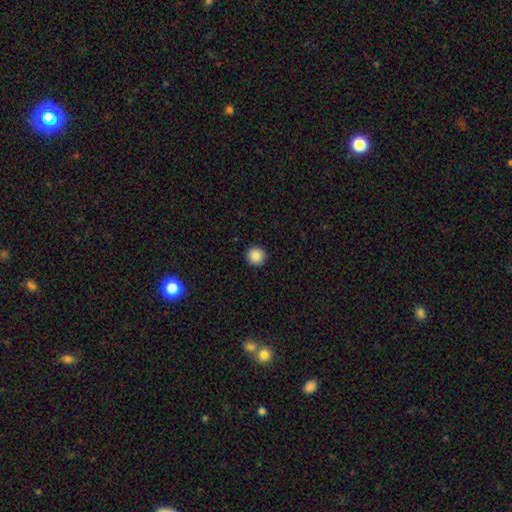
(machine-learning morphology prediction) The model was most divided on "smooth or featured": smooth: 88%, star or artifact: 9%, featured or disk: 3%. More confident: how rounded — round (95%); merging — none (93%).